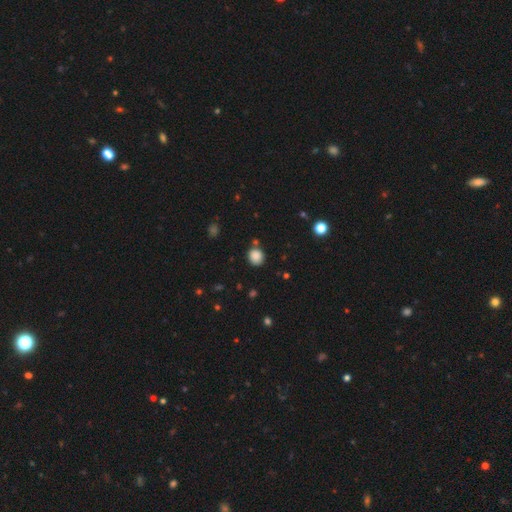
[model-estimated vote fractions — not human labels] Smooth or featured? Predicted: smooth (p=0.85). How rounded? Predicted: round (p=0.84). Merging? Predicted: none (p=0.79).